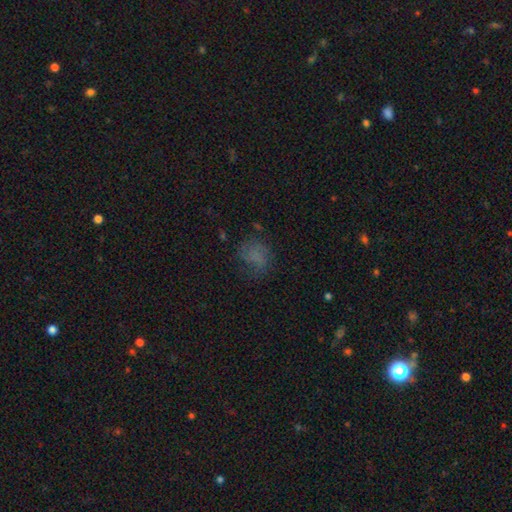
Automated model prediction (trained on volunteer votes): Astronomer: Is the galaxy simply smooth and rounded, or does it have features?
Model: smooth — 59%.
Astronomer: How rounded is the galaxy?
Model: round — 55% (runner-up: in between, 44%).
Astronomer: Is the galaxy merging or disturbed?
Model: none — 53%.